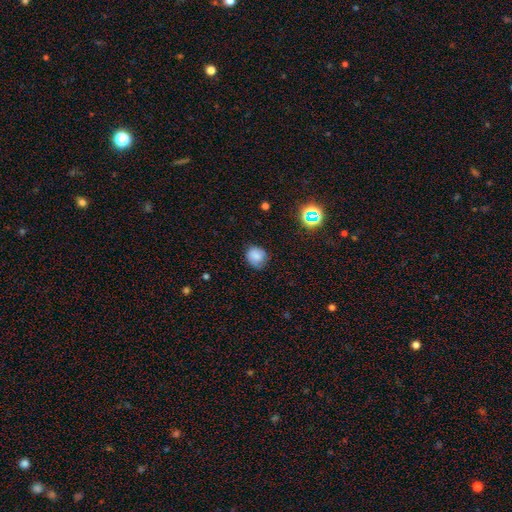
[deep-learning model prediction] Smooth or featured: smooth — 78% (star or artifact — 13%)
How rounded: round — 76% (in between — 23%)
Merging: none — 72% (minor disturbance — 22%)